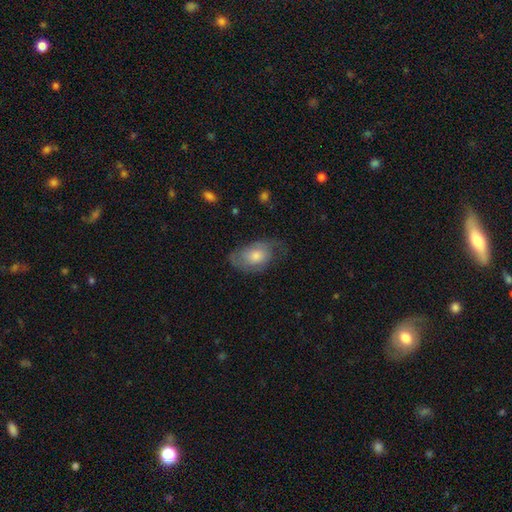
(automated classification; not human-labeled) A featured or disk galaxy (49%). Merging: none (55%).